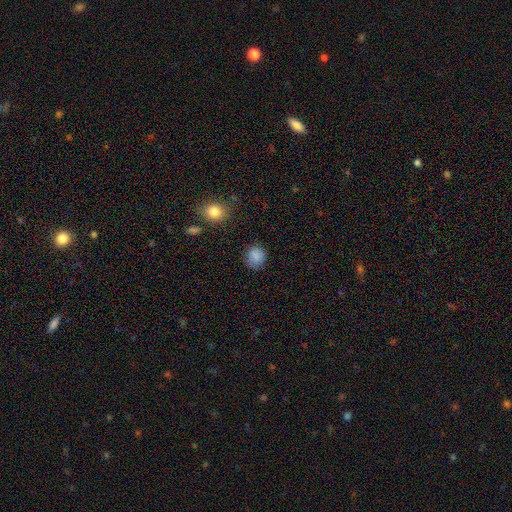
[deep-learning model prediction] Smooth or featured? smooth (86%)
How rounded? round (79%)
Merging? none (81%)